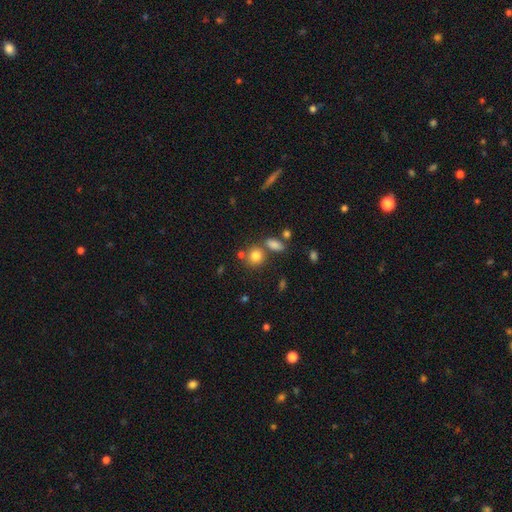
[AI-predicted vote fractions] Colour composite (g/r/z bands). It shows a smooth galaxy with no disk features (81%) that is round (78%). Merging: none (66%).